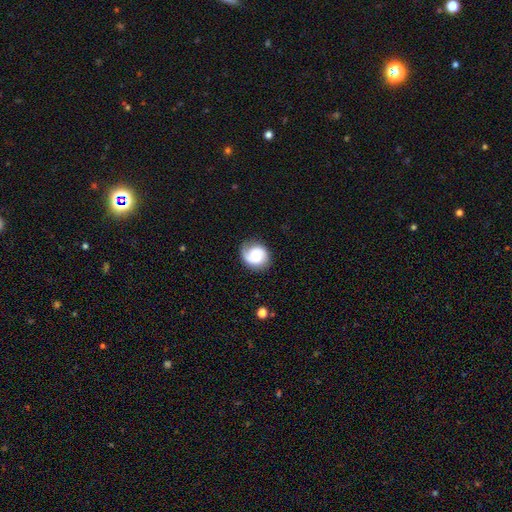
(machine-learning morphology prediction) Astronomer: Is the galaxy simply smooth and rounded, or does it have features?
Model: featured or disk — 56% (runner-up: smooth, 37%).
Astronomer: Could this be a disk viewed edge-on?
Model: no — 97%.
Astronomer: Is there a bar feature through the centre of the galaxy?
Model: no — 64%.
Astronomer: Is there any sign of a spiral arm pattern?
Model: yes — 85%.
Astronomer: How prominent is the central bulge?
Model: moderate — 69%.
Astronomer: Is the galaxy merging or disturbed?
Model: none — 77%.